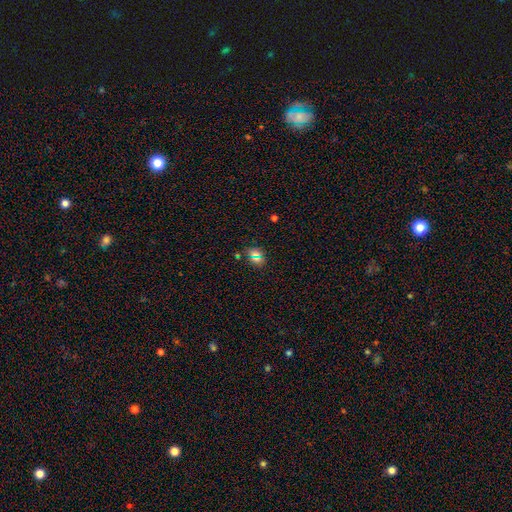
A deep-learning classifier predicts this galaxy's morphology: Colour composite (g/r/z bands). It shows a smooth galaxy with no disk features (61%) that is round (54%). Merging: none (84%).